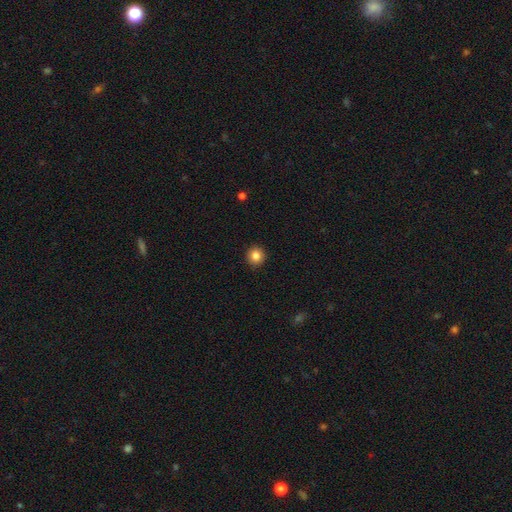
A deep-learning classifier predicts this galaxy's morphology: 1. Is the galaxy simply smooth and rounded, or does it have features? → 84% smooth, 10% star or artifact, 5% featured or disk.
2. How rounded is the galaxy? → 93% round, 6% in between, 1% cigar-shaped.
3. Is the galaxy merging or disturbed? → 93% none, 5% minor disturbance, 2% major disturbance, 1% merger.